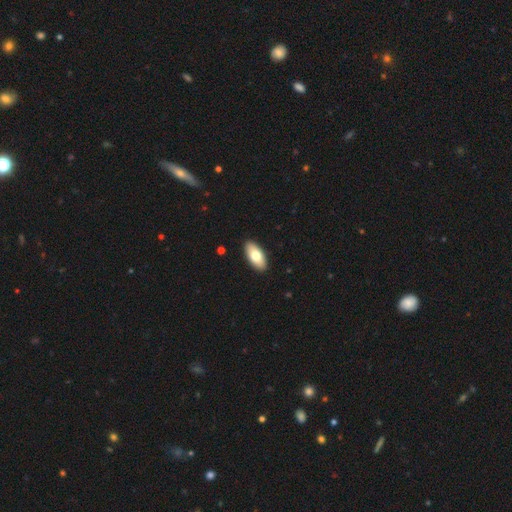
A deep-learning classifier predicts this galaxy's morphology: Q: Smooth or featured?
A: smooth (76%); runner-up: featured or disk (19%)
Q: How rounded?
A: in between (91%); runner-up: cigar-shaped (7%)
Q: Merging?
A: none (91%); runner-up: minor disturbance (6%)